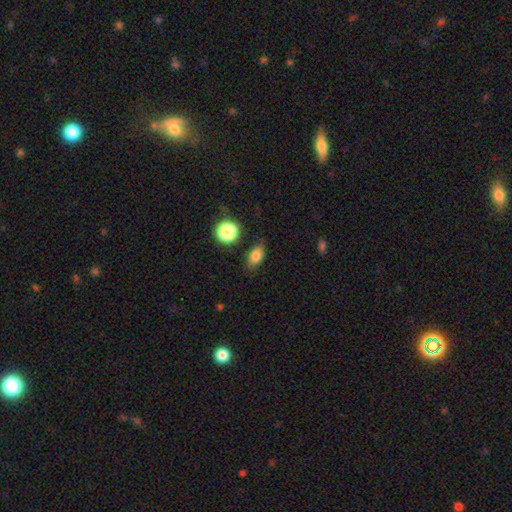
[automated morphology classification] The model was most divided on "merging": none: 80%, minor disturbance: 14%, major disturbance: 4%, merger: 2%. More confident: smooth or featured — smooth (83%); how rounded — in between (82%).